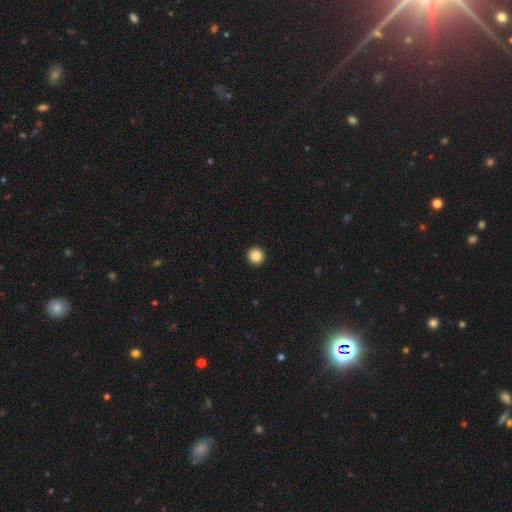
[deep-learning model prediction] A smooth galaxy with no disk features (86%) that is round (96%).

Vote fractions:
- Smooth or featured? smooth: 86% / star or artifact: 10% / featured or disk: 5%
- How rounded? round: 96% / in between: 3% / cigar-shaped: 1%
- Merging? none: 94% / minor disturbance: 3% / major disturbance: 1% / merger: 1%